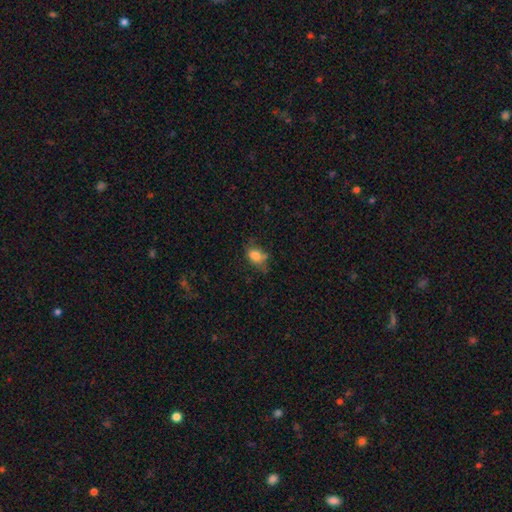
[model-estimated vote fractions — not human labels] This is likely a smooth galaxy (79%). How rounded: likely in between (74%). Merging: possibly none (50%).